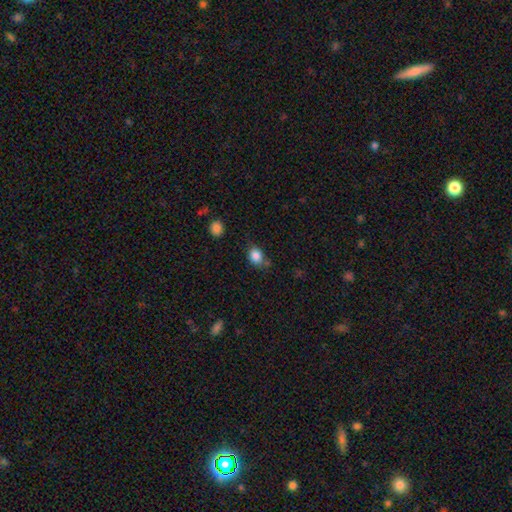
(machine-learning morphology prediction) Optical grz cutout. It shows a smooth galaxy with no disk features (84%) that is round (54%). Merging: none (61%).